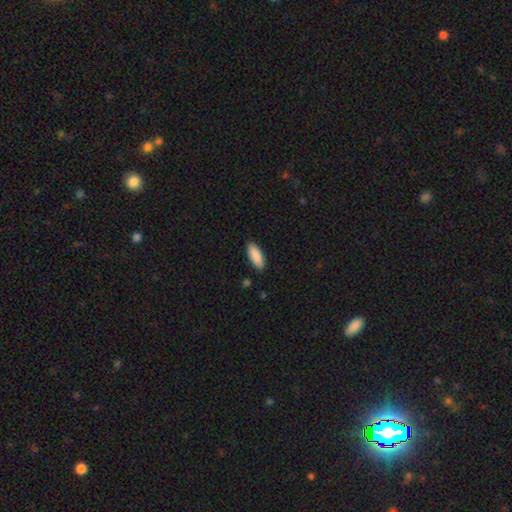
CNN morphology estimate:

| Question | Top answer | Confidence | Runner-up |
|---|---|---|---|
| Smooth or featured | smooth | 90% | star or artifact (6%) |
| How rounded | in between | 79% | cigar-shaped (20%) |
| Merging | none | 87% | minor disturbance (10%) |